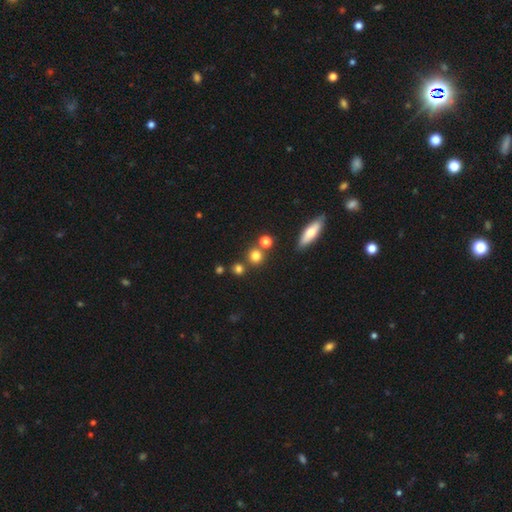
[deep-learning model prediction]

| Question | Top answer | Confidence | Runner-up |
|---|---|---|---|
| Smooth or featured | smooth | 77% | star or artifact (15%) |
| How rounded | round | 88% | in between (10%) |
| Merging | none | 72% | merger (17%) |